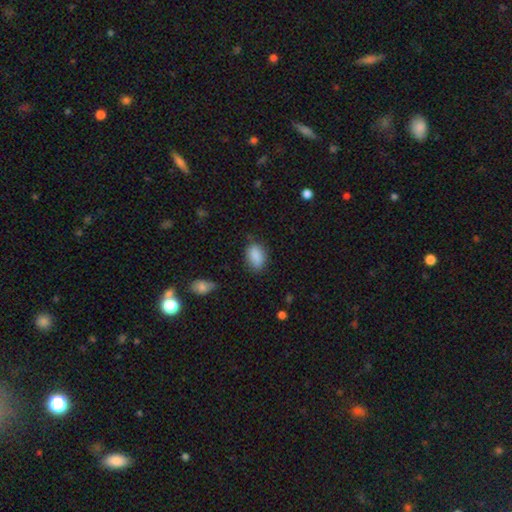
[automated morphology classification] type=smooth (88%); roundness=in between (87%); merging=none (75%).